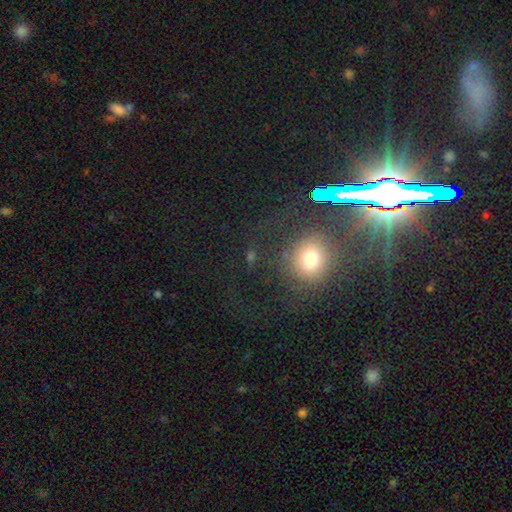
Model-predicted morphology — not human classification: The model was most divided on "smooth or featured": star or artifact: 45%, smooth: 42%, featured or disk: 12%.